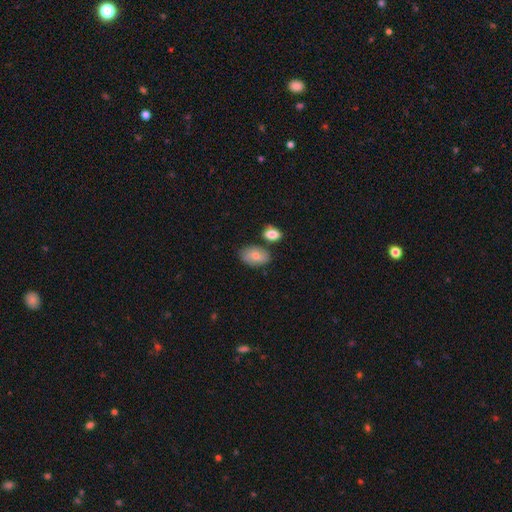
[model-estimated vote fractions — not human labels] Smooth or featured: smooth — 73% (featured or disk — 19%)
How rounded: in between — 86% (round — 12%)
Merging: none — 67% (minor disturbance — 17%)